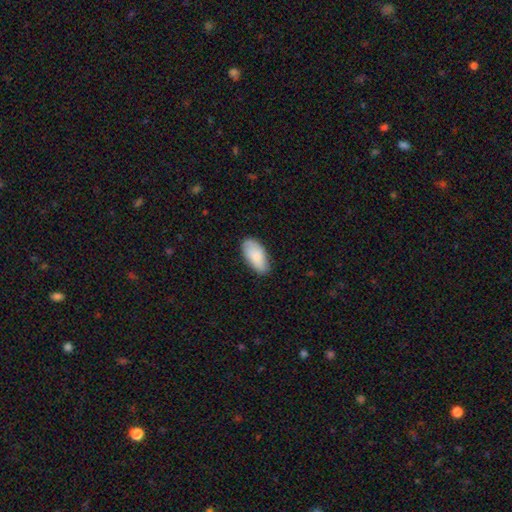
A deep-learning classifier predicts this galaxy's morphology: Smooth or featured? Predicted: smooth (p=0.84). How rounded? Predicted: in between (p=0.94). Merging? Predicted: none (p=0.83).